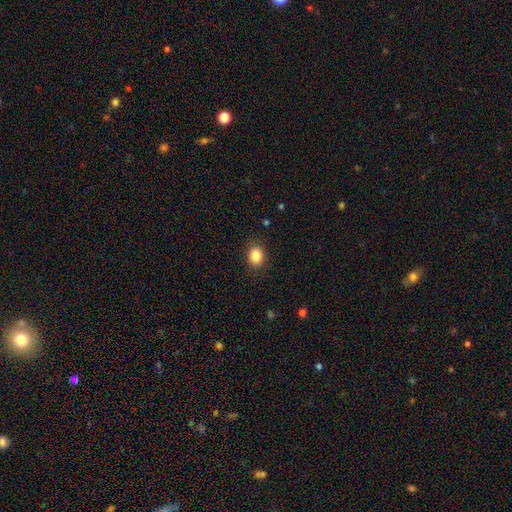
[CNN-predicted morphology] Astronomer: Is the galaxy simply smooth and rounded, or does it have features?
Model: smooth — 86%.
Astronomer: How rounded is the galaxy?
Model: round — 51% (runner-up: in between, 48%).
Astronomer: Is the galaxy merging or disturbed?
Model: none — 87%.